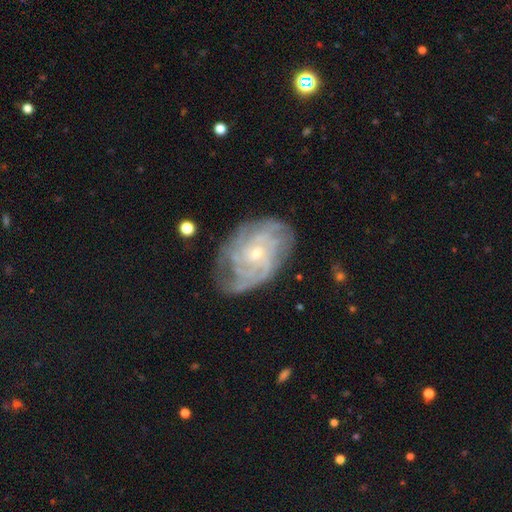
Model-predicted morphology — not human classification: Smooth or featured: featured or disk — 83% (smooth — 10%)
Edge-on disk: no — 96% (yes — 4%)
Bar: no — 72% (weak — 23%)
Spiral arms: yes — 95% (no — 5%)
Spiral winding: tight — 69% (medium — 24%)
Spiral arm count: can't tell — 38% (4 — 18%)
Bulge size: small — 67% (moderate — 29%)
Merging: none — 73% (minor disturbance — 19%)